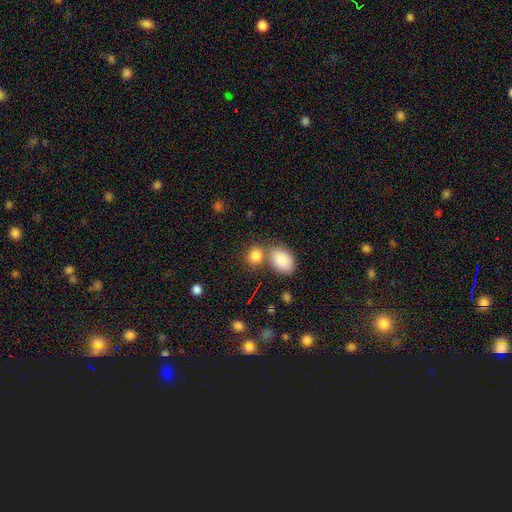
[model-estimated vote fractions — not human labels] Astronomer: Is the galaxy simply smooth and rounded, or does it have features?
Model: smooth — 84%.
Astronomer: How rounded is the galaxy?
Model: round — 49%, tied with in between at 49%.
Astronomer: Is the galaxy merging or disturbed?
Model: none — 52% (runner-up: merger, 35%).